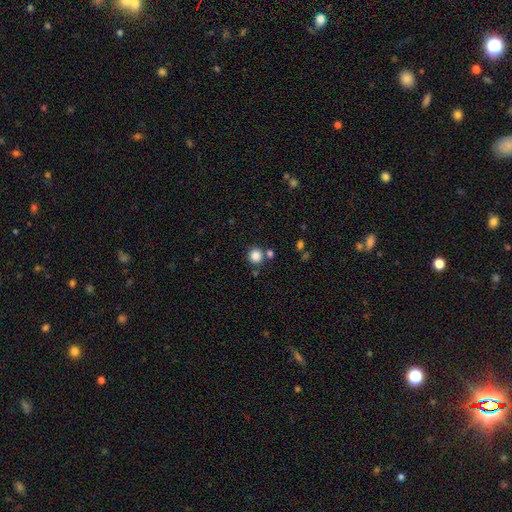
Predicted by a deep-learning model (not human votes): Overall: smooth (85%). How rounded: round (88%). Merging: none (76%).